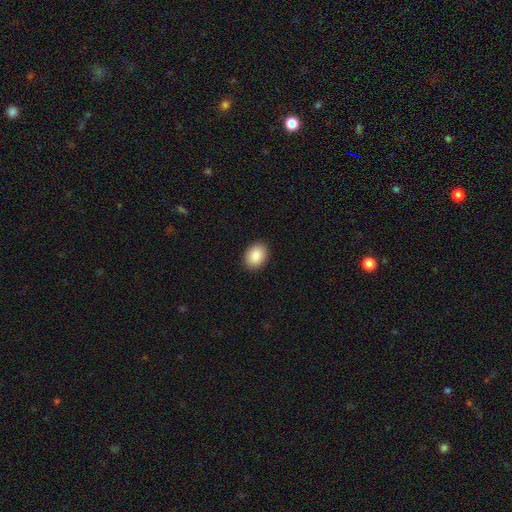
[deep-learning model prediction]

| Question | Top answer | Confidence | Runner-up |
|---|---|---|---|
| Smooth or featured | smooth | 88% | star or artifact (7%) |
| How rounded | in between | 64% | round (35%) |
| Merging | none | 90% | minor disturbance (7%) |